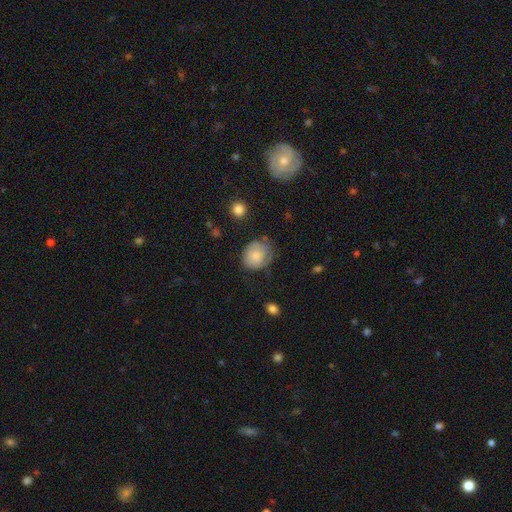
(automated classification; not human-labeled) This is likely a smooth galaxy (76%). How rounded: likely round (67%). Merging: possibly none (57%).